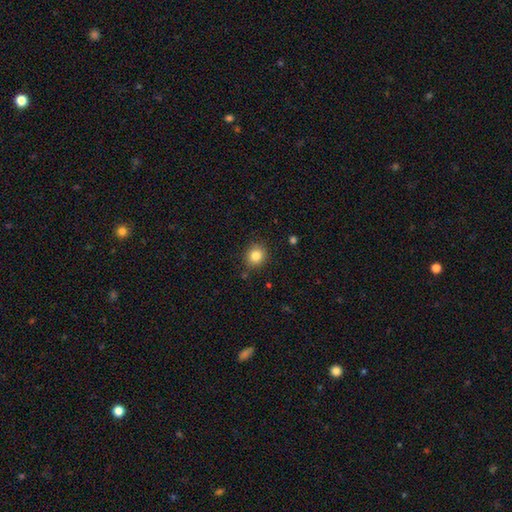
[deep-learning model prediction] Overall: smooth (83%). How rounded: round (83%). Merging: none (87%).